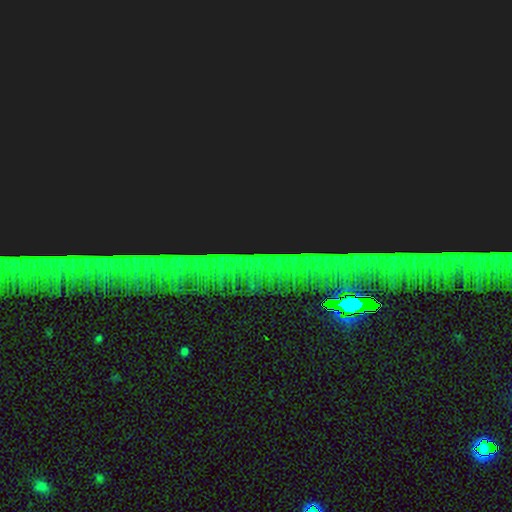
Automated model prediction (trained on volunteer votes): Q: Smooth or featured?
A: star or artifact (86%); runner-up: featured or disk (8%)